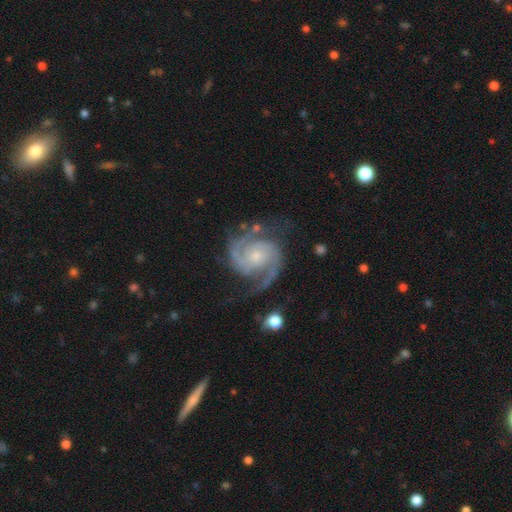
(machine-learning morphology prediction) Smooth or featured?
  - featured or disk: 93% *
  - star or artifact: 4%
  - smooth: 3%
Edge-on disk?
  - no: 98% *
  - yes: 2%
Bar?
  - no: 67% *
  - weak: 25%
  - strong: 7%
Spiral arms?
  - yes: 99% *
  - no: 1%
Spiral winding?
  - tight: 47% *
  - medium: 46%
  - loose: 7%
Spiral arm count?
  - 2: 86% *
  - 3: 6%
  - can't tell: 3%
  - 4: 2%
  - 1: 2%
  - more than 4: 2%
Bulge size?
  - small: 65% *
  - moderate: 29%
  - none: 4%
  - large: 2%
  - dominant: 1%
Merging?
  - none: 74% *
  - minor disturbance: 16%
  - major disturbance: 8%
  - merger: 2%